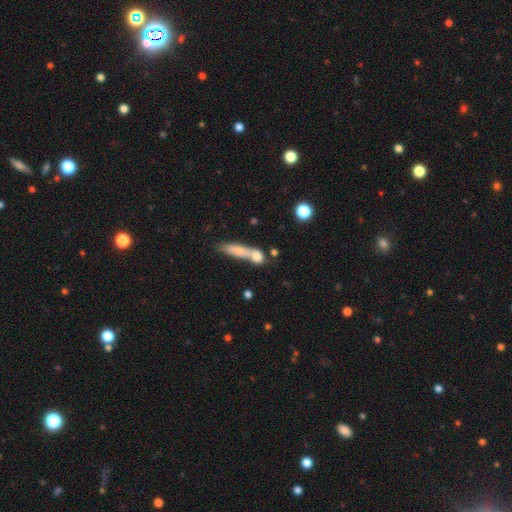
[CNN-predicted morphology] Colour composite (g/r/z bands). It shows a smooth galaxy with no disk features (70%) that is cigar-shaped (48%). Merging: merger (53%).